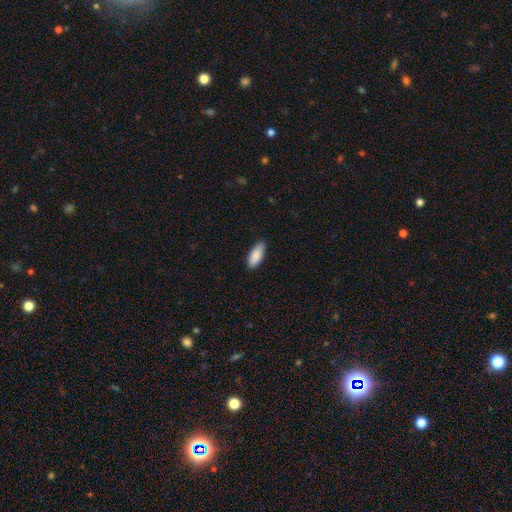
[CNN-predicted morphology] Smooth or featured?
  - smooth: 89% *
  - star or artifact: 6%
  - featured or disk: 5%
How rounded?
  - in between: 78% *
  - cigar-shaped: 20%
  - round: 2%
Merging?
  - none: 87% *
  - minor disturbance: 10%
  - major disturbance: 2%
  - merger: 1%